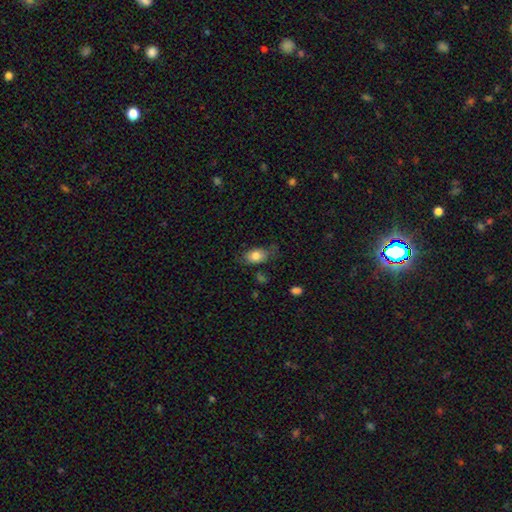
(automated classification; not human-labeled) smooth_or_featured: smooth (p=0.80) [alt: featured or disk p=0.12]
how_rounded: in between (p=0.85) [alt: round p=0.13]
merging: none (p=0.64) [alt: minor disturbance p=0.26]